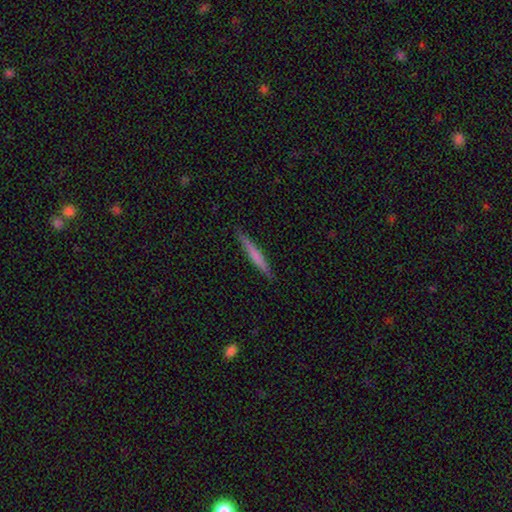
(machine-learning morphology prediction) smooth_or_featured: smooth (p=0.63) [alt: featured or disk p=0.32]
how_rounded: cigar-shaped (p=0.95) [alt: in between p=0.03]
merging: none (p=0.88) [alt: minor disturbance p=0.09]